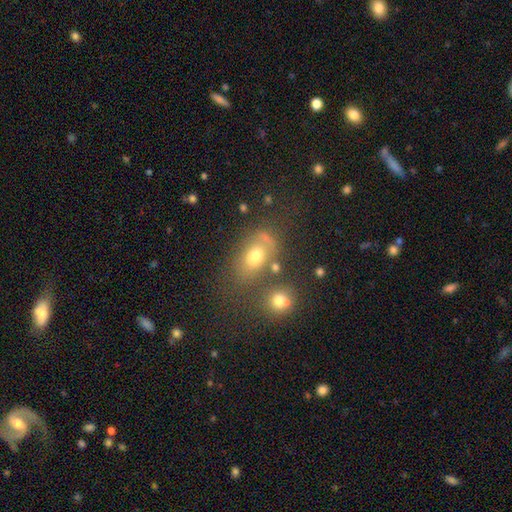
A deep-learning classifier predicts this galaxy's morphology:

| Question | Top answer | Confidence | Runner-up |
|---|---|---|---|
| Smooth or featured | smooth | 58% | featured or disk (23%) |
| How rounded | in between | 72% | round (24%) |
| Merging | none | 51% | merger (22%) |